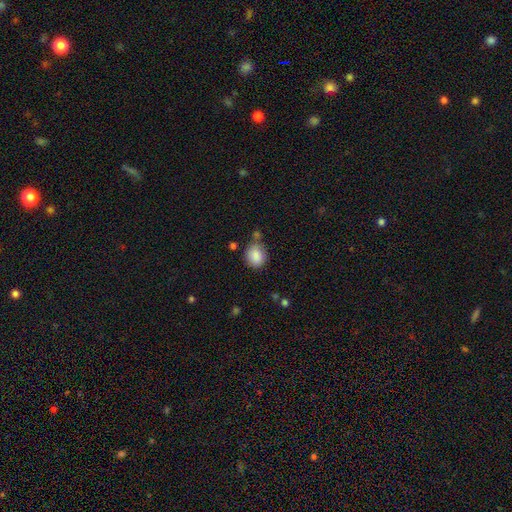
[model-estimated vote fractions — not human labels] smooth_or_featured: smooth (p=0.87) [alt: star or artifact p=0.08]
how_rounded: round (p=0.67) [alt: in between p=0.32]
merging: none (p=0.66) [alt: minor disturbance p=0.19]